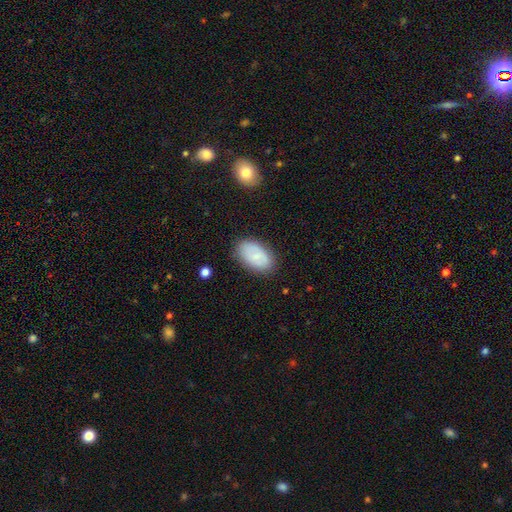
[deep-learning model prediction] A smooth galaxy with no disk features (73%) that is in between round and cigar-shaped (93%). Merging: none (81%).